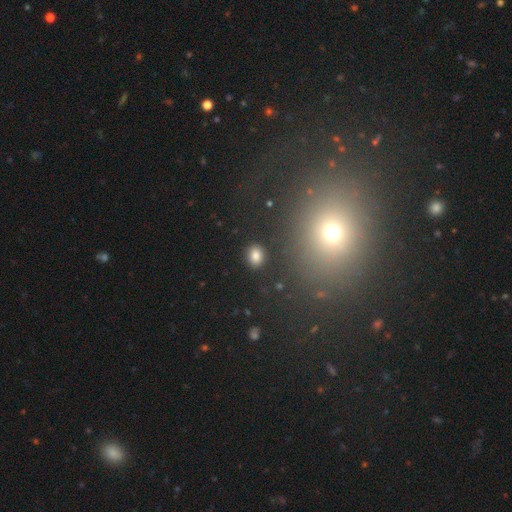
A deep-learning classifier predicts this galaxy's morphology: smooth-or-featured: smooth: 82% | star or artifact: 12% | featured or disk: 6%
  how-rounded: in between: 51% | round: 48% | cigar-shaped: 1%
  merging: none: 88% | minor disturbance: 8% | major disturbance: 3% | merger: 2%